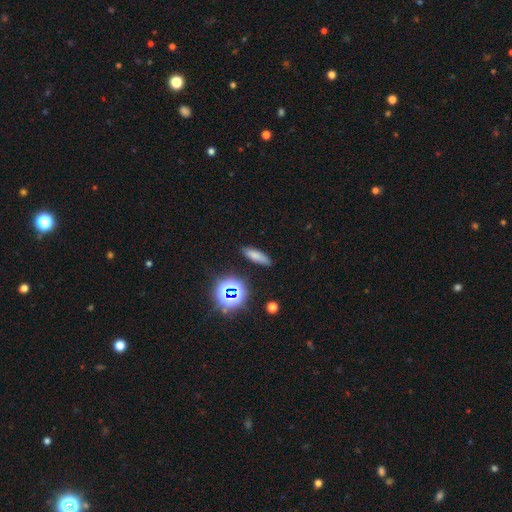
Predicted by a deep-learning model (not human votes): This is likely a smooth galaxy (71%). How rounded: possibly cigar-shaped (50%). Merging: clearly none (85%).